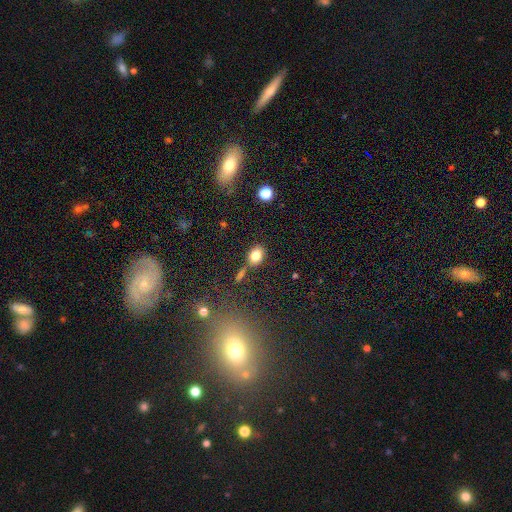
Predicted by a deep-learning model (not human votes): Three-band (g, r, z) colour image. It shows a smooth galaxy with no disk features (80%) that is in between round and cigar-shaped (66%). Merging: none (70%).